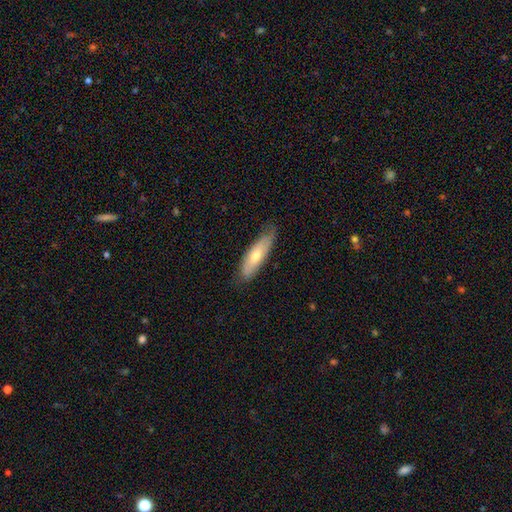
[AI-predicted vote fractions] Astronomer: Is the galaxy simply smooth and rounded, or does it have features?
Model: smooth — 59% (runner-up: featured or disk, 35%).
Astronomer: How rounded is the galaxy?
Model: cigar-shaped — 59% (runner-up: in between, 40%).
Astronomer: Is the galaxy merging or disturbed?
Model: none — 71%.